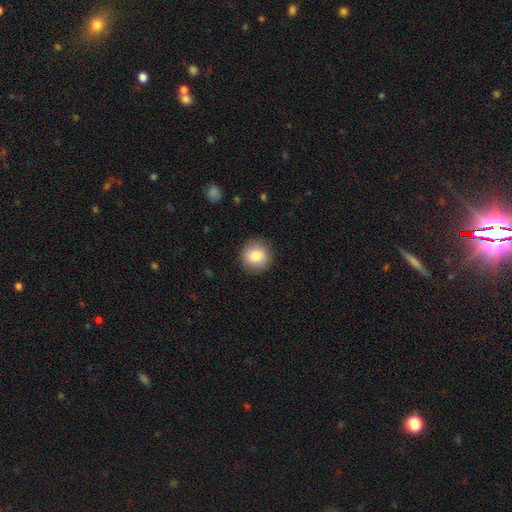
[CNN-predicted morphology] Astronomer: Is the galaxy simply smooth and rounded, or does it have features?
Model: smooth — 84%.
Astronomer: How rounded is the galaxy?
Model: round — 92%.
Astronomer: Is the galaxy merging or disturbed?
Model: none — 90%.